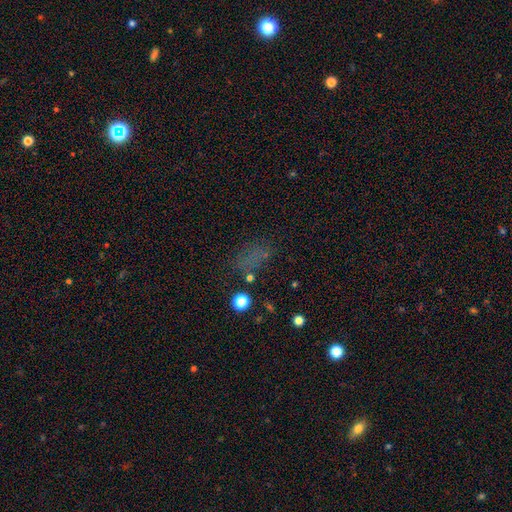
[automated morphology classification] type=smooth (49%); merging=none (64%).